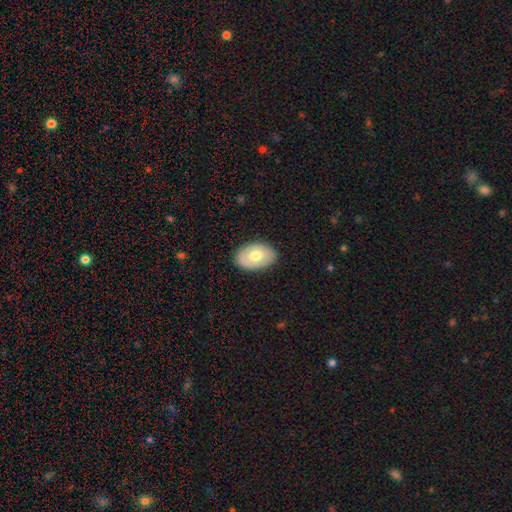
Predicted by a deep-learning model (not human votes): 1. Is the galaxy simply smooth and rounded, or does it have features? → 66% smooth, 28% featured or disk, 6% star or artifact.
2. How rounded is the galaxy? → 87% in between, 12% round, 1% cigar-shaped.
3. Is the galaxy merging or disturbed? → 86% none, 11% minor disturbance, 2% major disturbance, 1% merger.